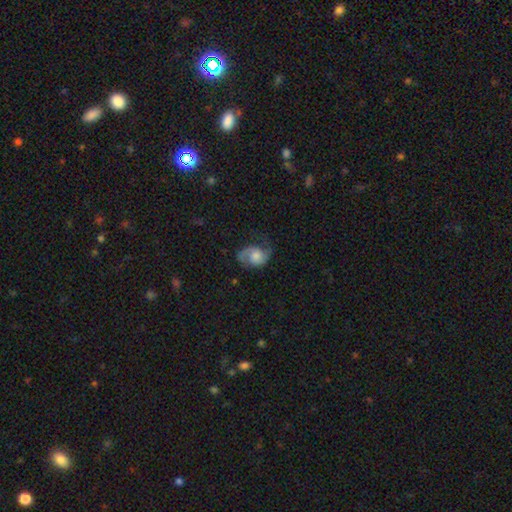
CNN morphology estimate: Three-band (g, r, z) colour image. It shows a featured or disk galaxy (70%) with no bar (68%), 2 (84%) medium (47%) spiral arms (93%) and a moderate central bulge (36%). Merging: none (61%).